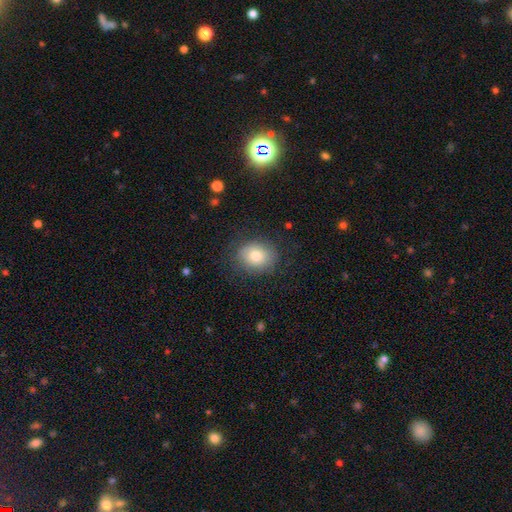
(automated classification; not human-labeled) Q: Smooth or featured?
A: smooth (77%); runner-up: featured or disk (12%)
Q: How rounded?
A: round (60%); runner-up: in between (39%)
Q: Merging?
A: none (82%); runner-up: minor disturbance (12%)